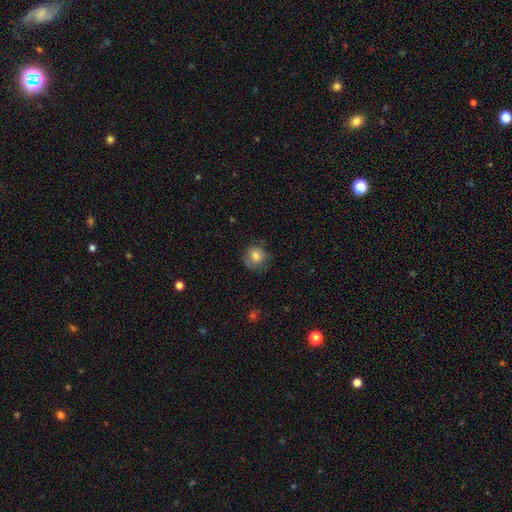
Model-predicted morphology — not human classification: This is likely a smooth galaxy (75%). How rounded: likely round (79%). Merging: likely none (68%).